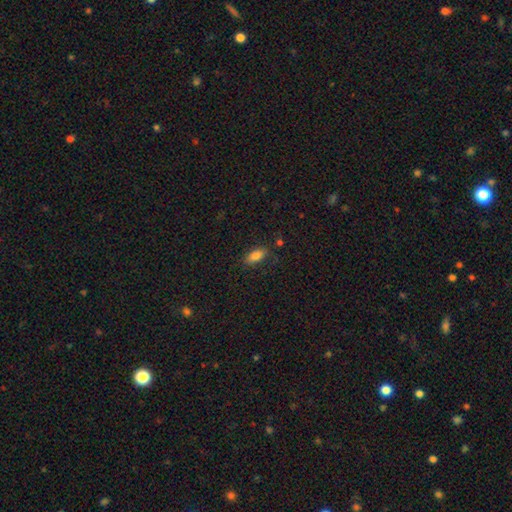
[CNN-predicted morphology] Smooth or featured?
  - smooth: 83% *
  - star or artifact: 9%
  - featured or disk: 8%
How rounded?
  - in between: 84% *
  - cigar-shaped: 13%
  - round: 3%
Merging?
  - none: 80% *
  - minor disturbance: 14%
  - major disturbance: 4%
  - merger: 2%